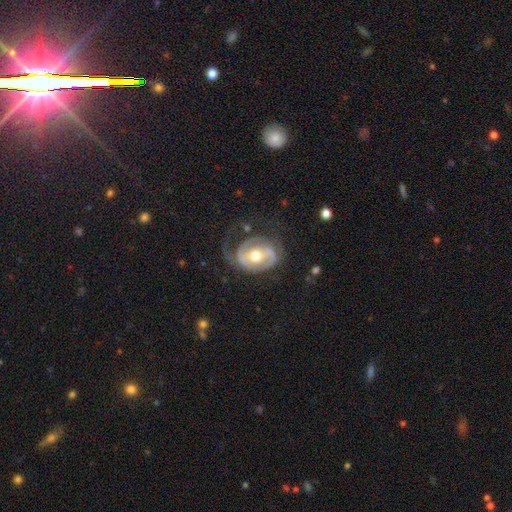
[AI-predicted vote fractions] Morphology: type=featured or disk (81%); edge-on=no (97%); bar=weak (41%); spiral arms=yes (87%); winding=medium (41%); arm count=2 (58%); bulge=moderate (75%); merging=none (51%).